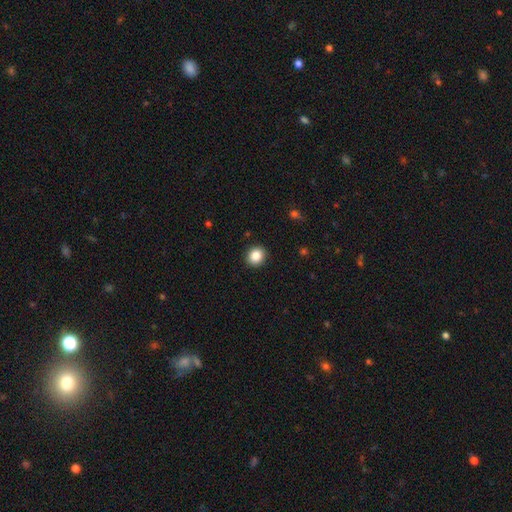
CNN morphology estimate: Q: Smooth or featured?
A: smooth (86%); runner-up: star or artifact (9%)
Q: How rounded?
A: round (79%); runner-up: in between (20%)
Q: Merging?
A: none (91%); runner-up: minor disturbance (6%)